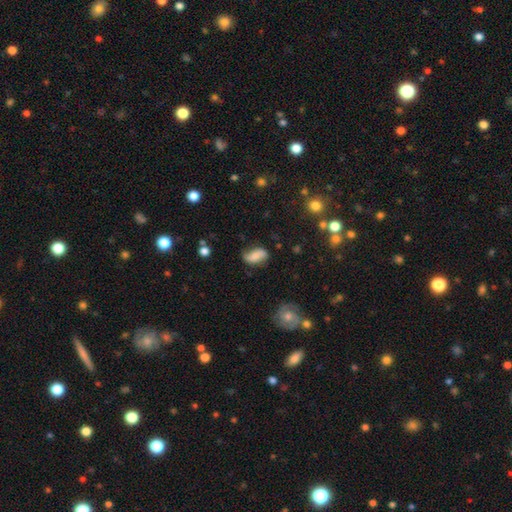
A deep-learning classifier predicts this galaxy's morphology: smooth-or-featured: smooth: 52% | featured or disk: 38% | star or artifact: 10%
  how-rounded: in between: 88% | round: 7% | cigar-shaped: 5%
  merging: none: 67% | minor disturbance: 23% | major disturbance: 7% | merger: 3%